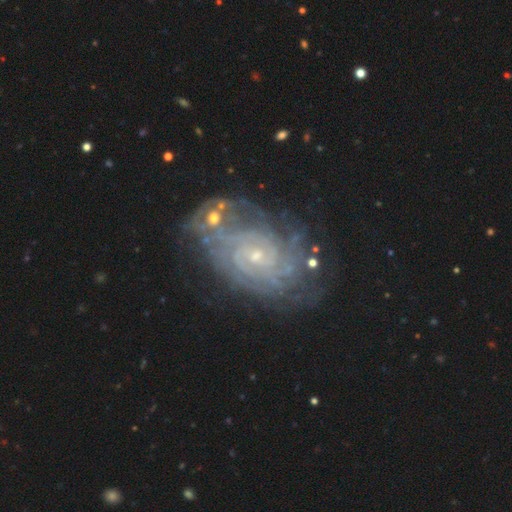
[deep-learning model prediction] Smooth or featured? Predicted: featured or disk (p=0.82). Edge-on disk? Predicted: no (p=0.96). Bar? Predicted: no (p=0.73). Spiral arms? Predicted: yes (p=0.93). Spiral winding? Predicted: tight (p=0.74). Spiral arm count? Predicted: can't tell (p=0.45). Bulge size? Predicted: small (p=0.81). Merging? Predicted: none (p=0.59).